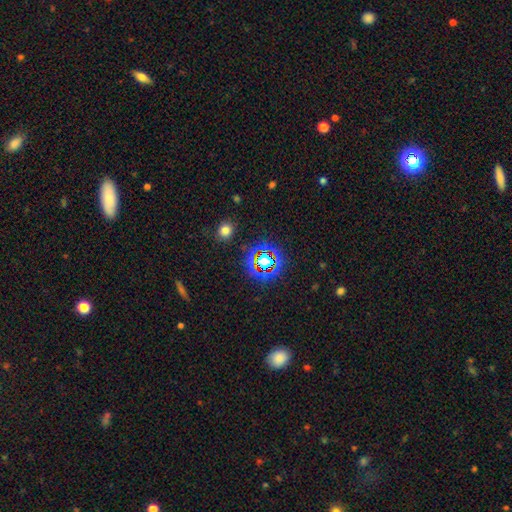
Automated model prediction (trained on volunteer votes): Smooth or featured? star or artifact (70%)